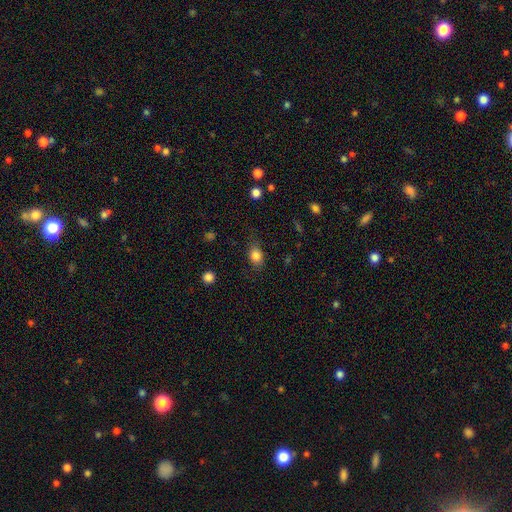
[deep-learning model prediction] A smooth galaxy with no disk features (83%) that is in between round and cigar-shaped (67%). Merging: none (74%).